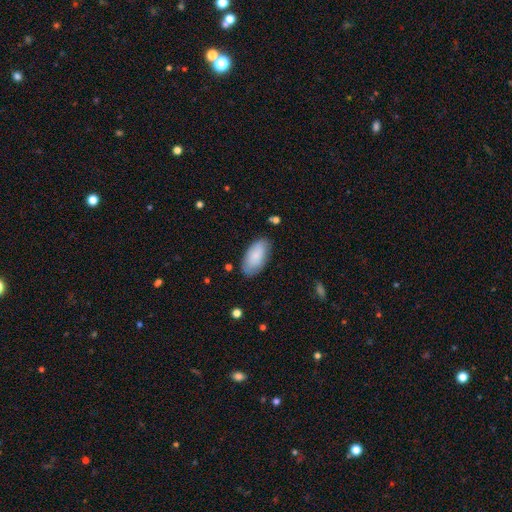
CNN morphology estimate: smooth_or_featured: smooth (p=0.86) [alt: featured or disk p=0.09]
how_rounded: in between (p=0.94) [alt: cigar-shaped p=0.04]
merging: none (p=0.81) [alt: minor disturbance p=0.15]